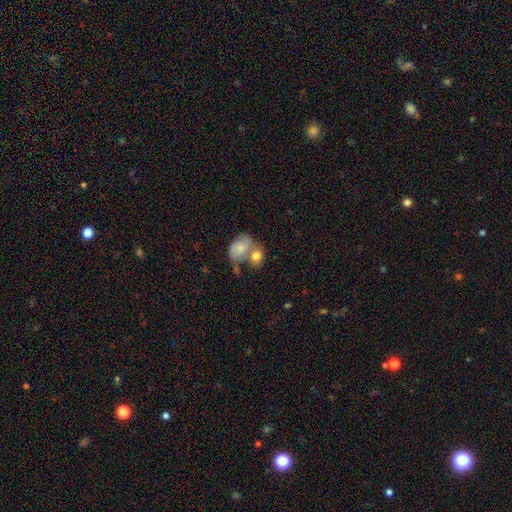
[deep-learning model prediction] smooth_or_featured: smooth (p=0.74) [alt: featured or disk p=0.18]
how_rounded: in between (p=0.56) [alt: round p=0.43]
merging: merger (p=0.57) [alt: none p=0.28]